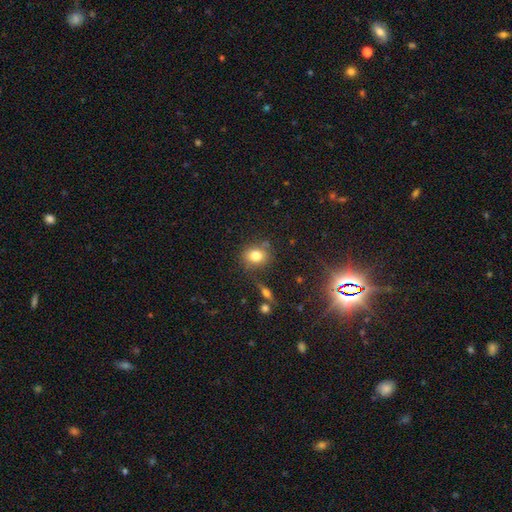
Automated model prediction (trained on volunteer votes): smooth 79%, star or artifact 12%, featured or disk 10%. Down the decision tree: how rounded — round (59%); merging — none (75%).